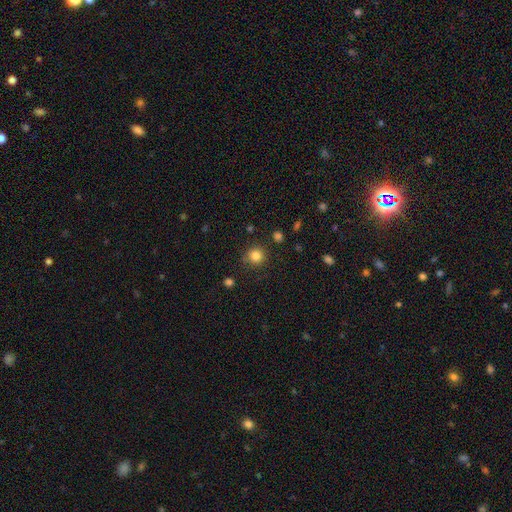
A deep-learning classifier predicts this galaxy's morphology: This is clearly a smooth galaxy (84%). How rounded: clearly round (91%). Merging: clearly none (84%).